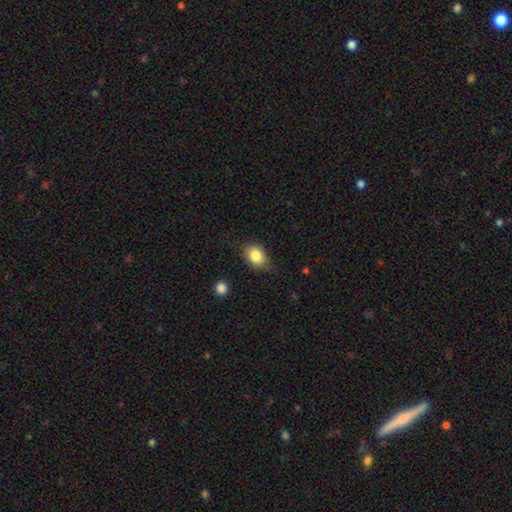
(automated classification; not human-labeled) Q: Smooth or featured?
A: smooth (83%); runner-up: featured or disk (9%)
Q: How rounded?
A: in between (78%); runner-up: round (21%)
Q: Merging?
A: none (77%); runner-up: minor disturbance (18%)